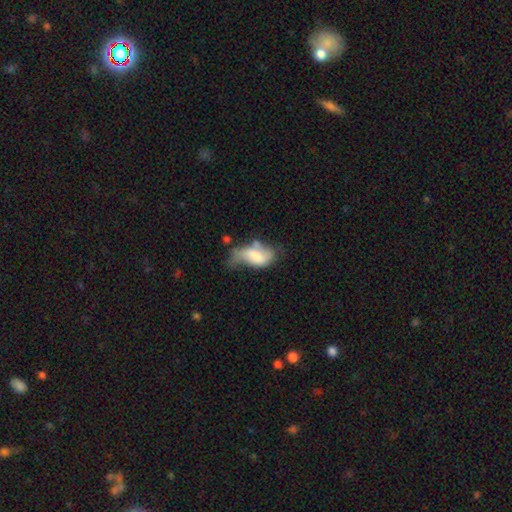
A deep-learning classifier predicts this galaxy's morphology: Smooth or featured?
  - smooth: 61% *
  - featured or disk: 31%
  - star or artifact: 8%
How rounded?
  - in between: 91% *
  - cigar-shaped: 5%
  - round: 4%
Merging?
  - major disturbance: 38% *
  - minor disturbance: 29%
  - none: 18%
  - merger: 15%